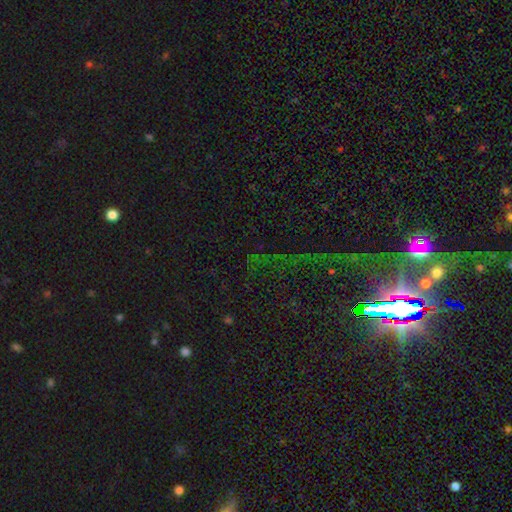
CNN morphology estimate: Smooth or featured? star or artifact (80%)